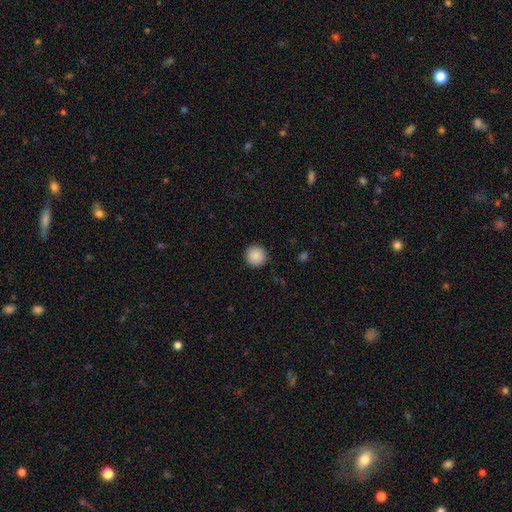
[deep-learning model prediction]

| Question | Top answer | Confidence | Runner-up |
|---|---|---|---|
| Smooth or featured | smooth | 89% | star or artifact (8%) |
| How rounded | round | 96% | in between (3%) |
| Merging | none | 92% | minor disturbance (5%) |